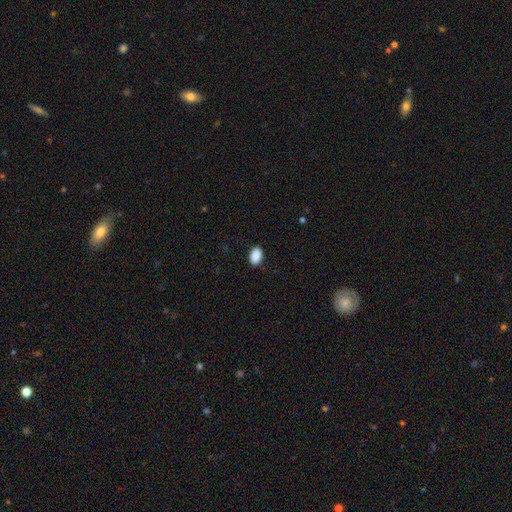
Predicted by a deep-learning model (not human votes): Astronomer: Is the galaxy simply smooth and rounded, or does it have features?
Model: smooth — 90%.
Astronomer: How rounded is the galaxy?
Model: in between — 88%.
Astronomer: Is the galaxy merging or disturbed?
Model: none — 88%.